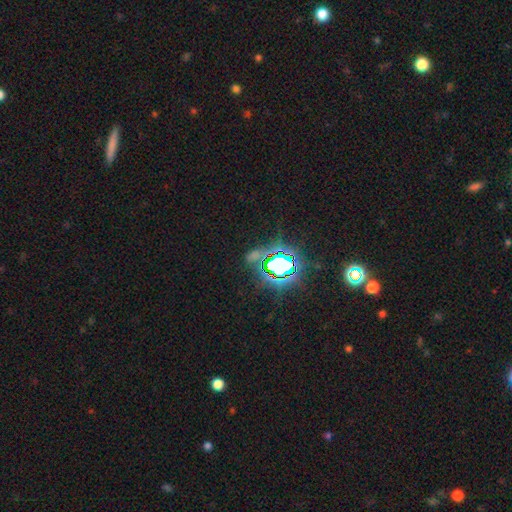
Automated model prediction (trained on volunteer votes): A star or artifact, not a galaxy (75%).